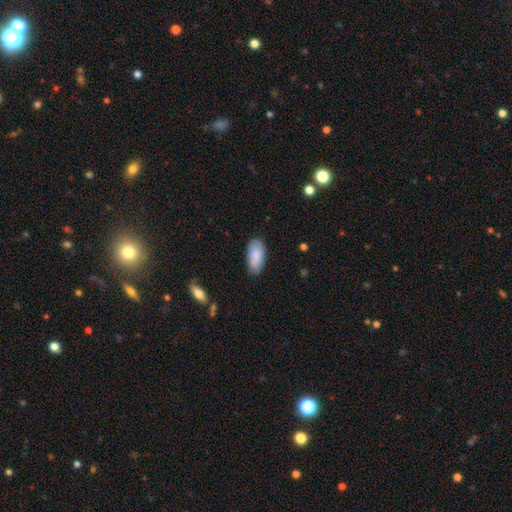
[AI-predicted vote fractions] Morphology: type=smooth (87%); roundness=in between (92%); merging=none (83%).